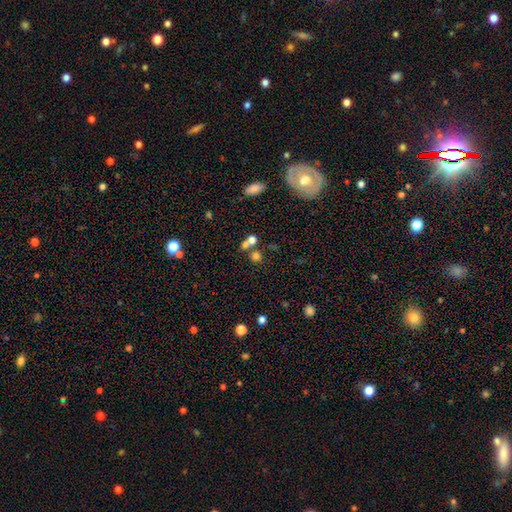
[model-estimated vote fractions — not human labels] This is likely a smooth galaxy (67%). How rounded: clearly round (83%). Merging: possibly none (54%).